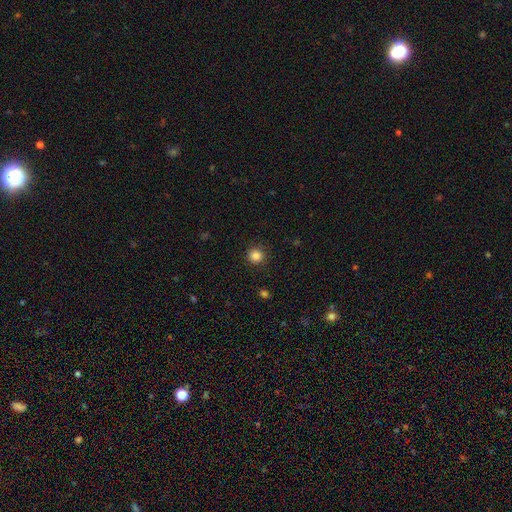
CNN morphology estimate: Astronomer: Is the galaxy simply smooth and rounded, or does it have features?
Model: smooth — 85%.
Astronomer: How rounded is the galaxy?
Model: round — 93%.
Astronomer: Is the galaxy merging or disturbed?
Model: none — 91%.